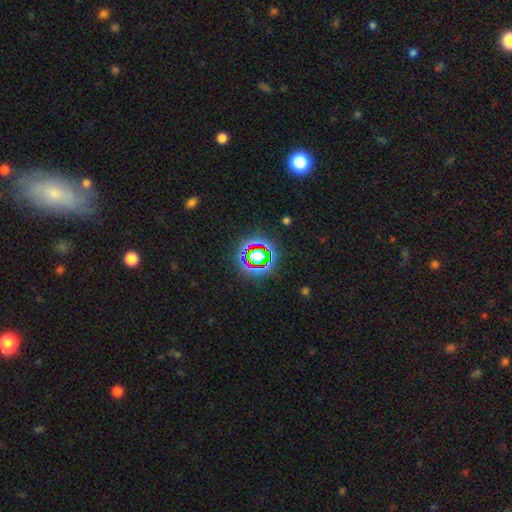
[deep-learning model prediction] This appears to be a star or artifact, not a galaxy (67%).